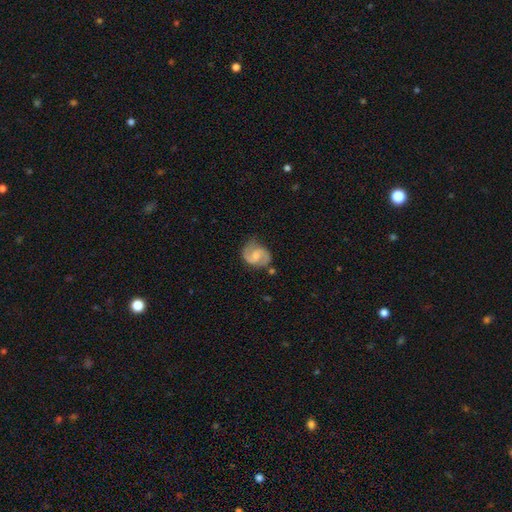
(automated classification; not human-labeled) The model was most divided on "bulge size": moderate: 39%, small: 38%, none: 18%, large: 4%, dominant: 1%. More confident: edge-on disk — no (98%); spiral arms — yes (97%); spiral arm count — 2 (91%); smooth or featured — featured or disk (83%); merging — none (71%); spiral winding — medium (56%); bar — weak (50%).